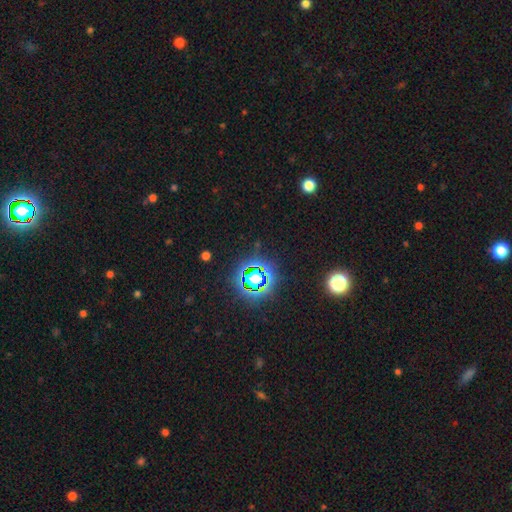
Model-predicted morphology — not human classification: Smooth or featured? star or artifact (80%)